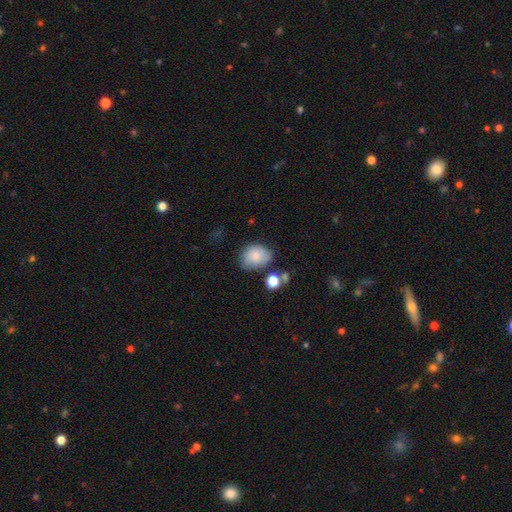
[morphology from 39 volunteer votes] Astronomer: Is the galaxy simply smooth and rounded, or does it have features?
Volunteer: smooth — 87%.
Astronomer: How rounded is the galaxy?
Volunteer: round — 59% (runner-up: in between, 41%).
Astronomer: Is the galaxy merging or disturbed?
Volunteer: none — 68%.